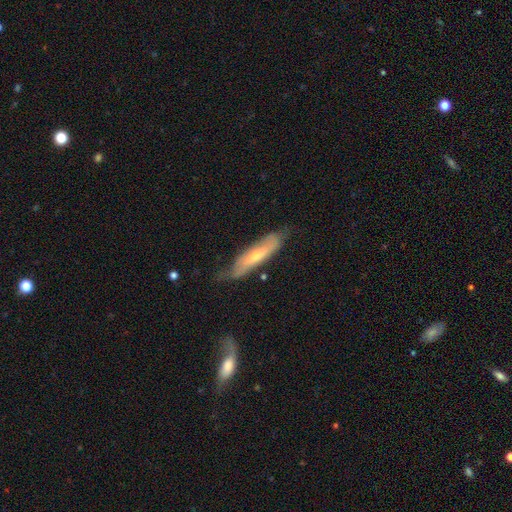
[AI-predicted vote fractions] smooth_or_featured: featured or disk (p=0.51) [alt: smooth p=0.43]
disk_edge_on: yes (p=0.54) [alt: no p=0.46]
merging: none (p=0.60) [alt: minor disturbance p=0.29]